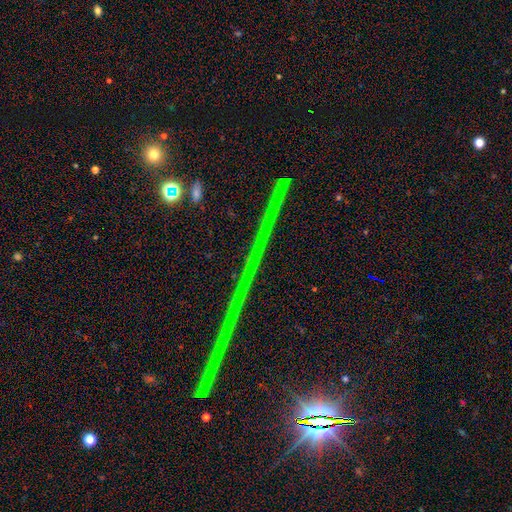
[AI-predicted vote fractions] Morphology: type=star or artifact (80%).